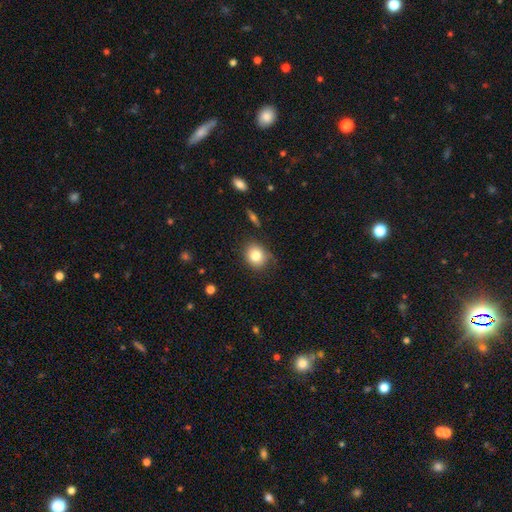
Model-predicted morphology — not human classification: Q: Smooth or featured?
A: smooth (81%); runner-up: star or artifact (10%)
Q: How rounded?
A: round (70%); runner-up: in between (29%)
Q: Merging?
A: none (78%); runner-up: minor disturbance (16%)